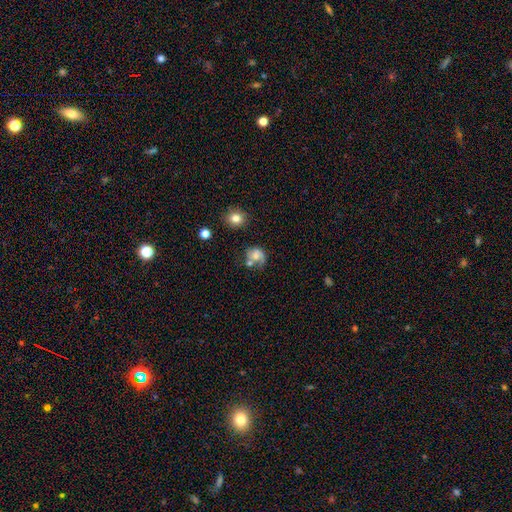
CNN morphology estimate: Overall: smooth (46%; featured or disk 43%). Merging: none (40%; minor disturbance 23%).